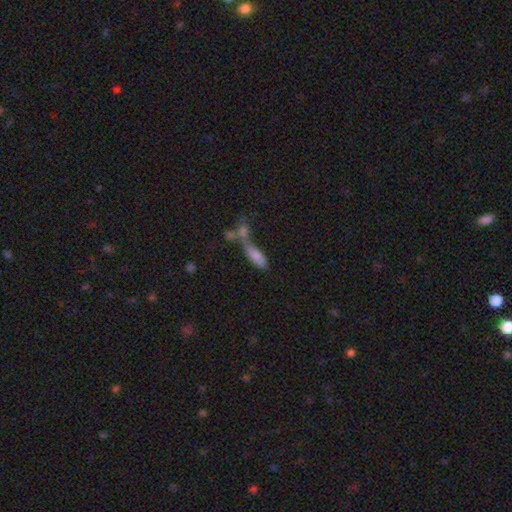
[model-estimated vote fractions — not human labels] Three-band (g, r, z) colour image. It shows a smooth galaxy with no disk features (76%) that is in between round and cigar-shaped (53%). Merging: merger (53%).